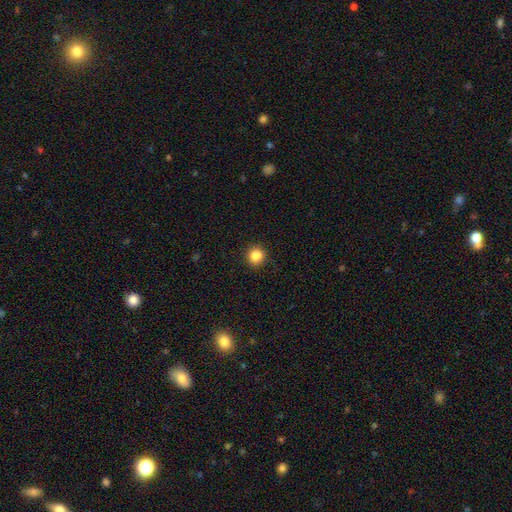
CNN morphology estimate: Smooth or featured? smooth (85%)
How rounded? round (85%)
Merging? none (88%)